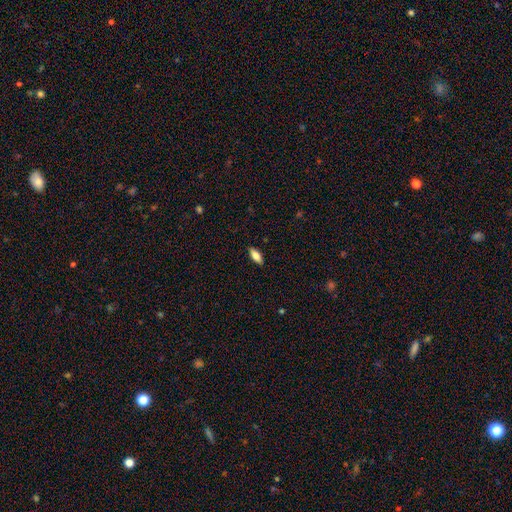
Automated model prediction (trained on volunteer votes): A smooth galaxy with no disk features (78%) that is in between round and cigar-shaped (79%). Merging: none (88%).